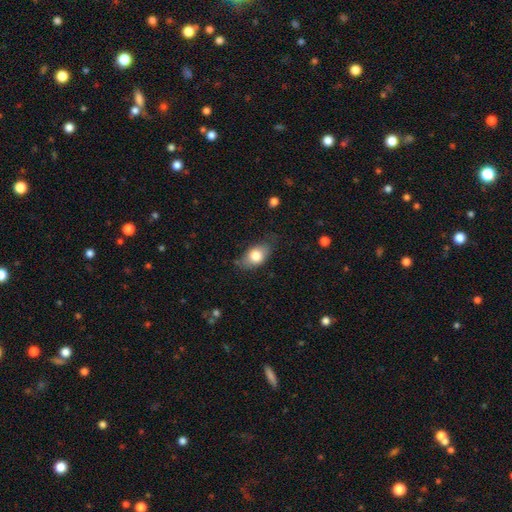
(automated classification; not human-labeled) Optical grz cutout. It shows a smooth galaxy with no disk features (78%) that is in between round and cigar-shaped (86%). Merging: none (66%).